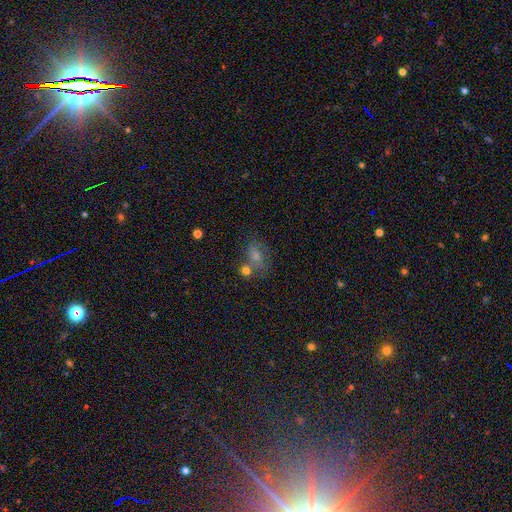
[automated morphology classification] smooth-or-featured: smooth: 44% | star or artifact: 31% | featured or disk: 26%
  merging: none: 57% | merger: 20% | minor disturbance: 16% | major disturbance: 8%